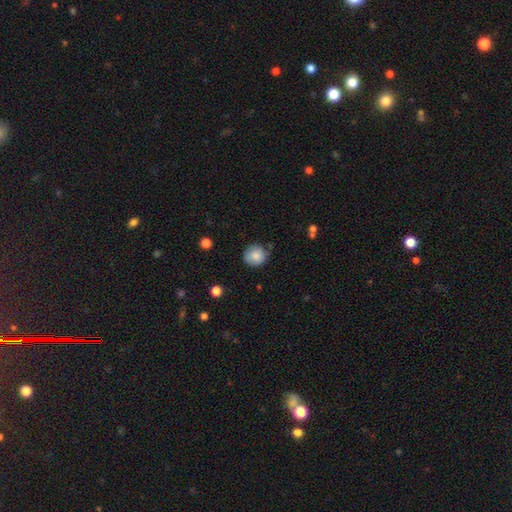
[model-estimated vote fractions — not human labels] Smooth or featured? Predicted: smooth (p=0.81). How rounded? Predicted: round (p=0.89). Merging? Predicted: none (p=0.74).